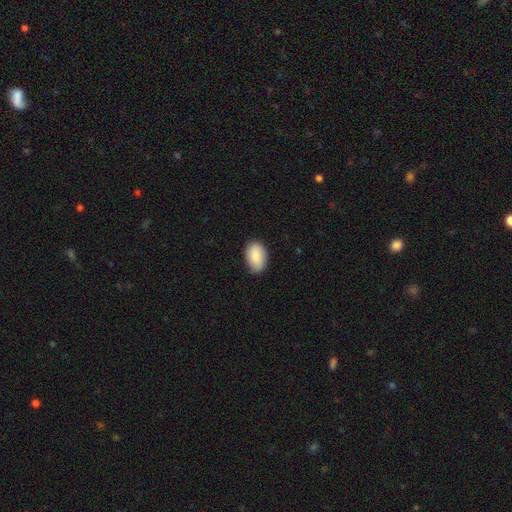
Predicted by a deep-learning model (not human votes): This appears to be a smooth galaxy with no disk features (85%) that is in between round and cigar-shaped (91%). Merging: none (83%).